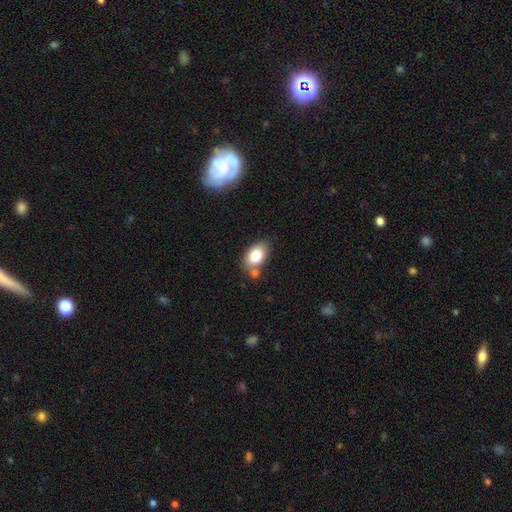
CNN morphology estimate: A smooth galaxy with no disk features (82%) that is in between round and cigar-shaped (89%).

Vote fractions:
- Smooth or featured? smooth: 82% / featured or disk: 10% / star or artifact: 8%
- How rounded? in between: 89% / round: 10% / cigar-shaped: 2%
- Merging? none: 62% / merger: 18% / minor disturbance: 16% / major disturbance: 4%